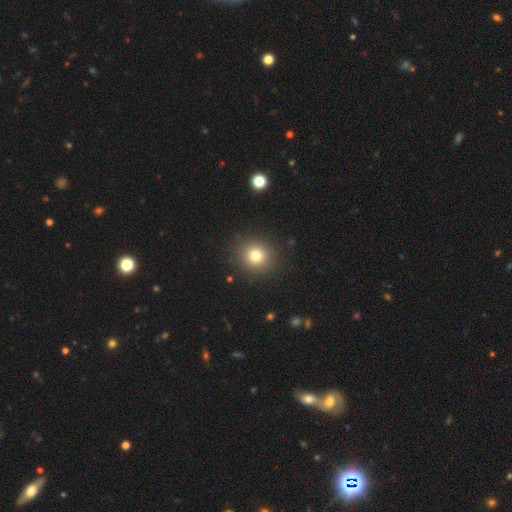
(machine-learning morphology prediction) Smooth or featured? smooth (78%)
How rounded? round (89%)
Merging? none (90%)